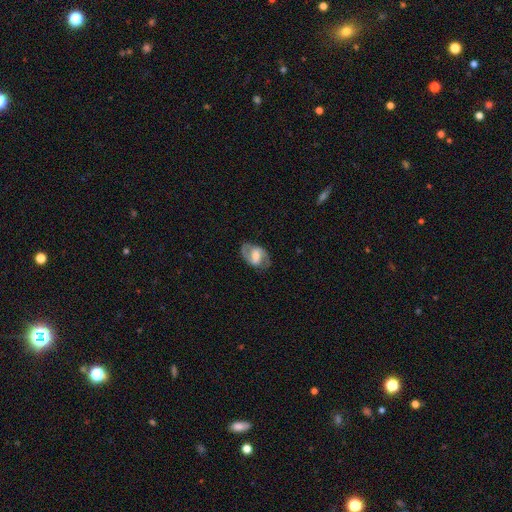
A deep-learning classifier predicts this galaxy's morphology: smooth-or-featured: featured or disk: 76% | smooth: 18% | star or artifact: 6%
  disk-edge-on: no: 96% | yes: 4%
    bar: weak: 47% | strong: 29% | no: 24%
    has-spiral-arms: yes: 90% | no: 10%
      spiral-winding: medium: 54% | tight: 26% | loose: 20%
      spiral-arm-count: 2: 90% | can't tell: 5% | 1: 2% | 3: 1% | 4: 1% | more than 4: 1%
    bulge-size: moderate: 53% | small: 24% | large: 16% | none: 5% | dominant: 2%
  merging: none: 80% | minor disturbance: 13% | major disturbance: 5% | merger: 1%